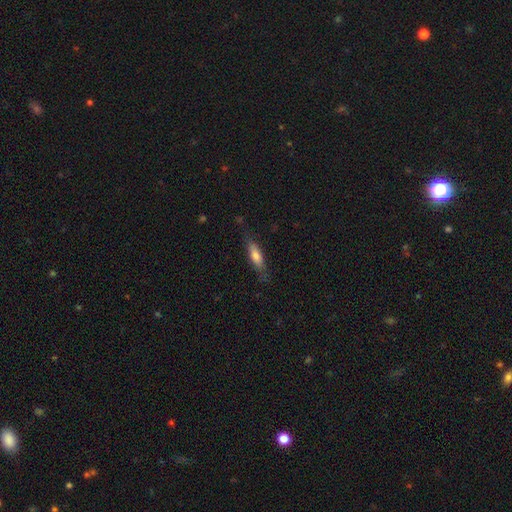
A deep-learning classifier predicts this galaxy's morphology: Smooth or featured? smooth (69%)
How rounded? cigar-shaped (54%)
Merging? none (72%)